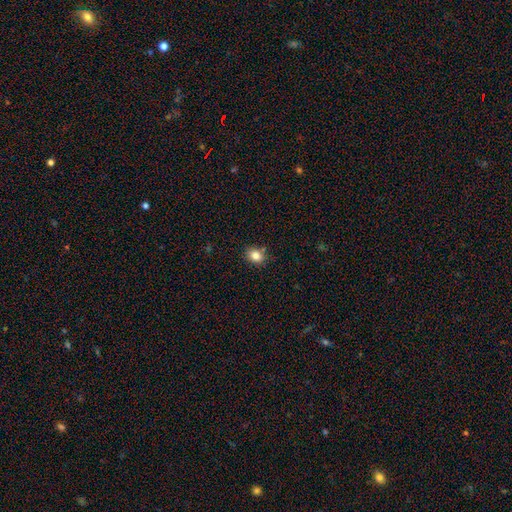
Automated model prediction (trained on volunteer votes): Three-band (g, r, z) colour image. It shows a smooth galaxy with no disk features (83%) that is round (56%). Merging: none (81%).